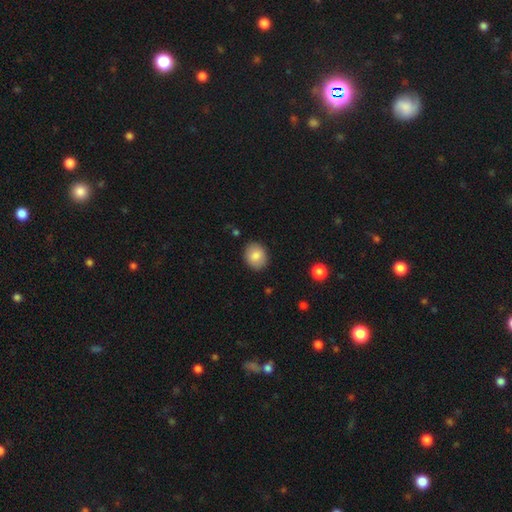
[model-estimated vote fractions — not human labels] A smooth galaxy with no disk features (85%) that is round (57%).

Vote fractions:
- Smooth or featured? smooth: 85% / star or artifact: 8% / featured or disk: 8%
- How rounded? round: 57% / in between: 42% / cigar-shaped: 1%
- Merging? none: 89% / minor disturbance: 8% / major disturbance: 2% / merger: 1%